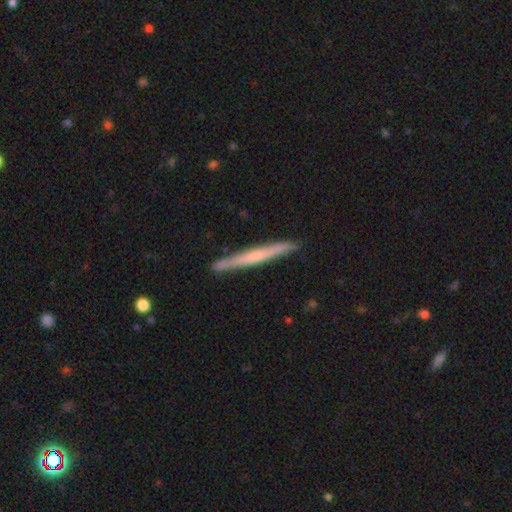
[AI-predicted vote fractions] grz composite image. It shows a featured or disk galaxy (53%) viewed edge-on (97%) with no central bulge (60%). Merging: none (90%).